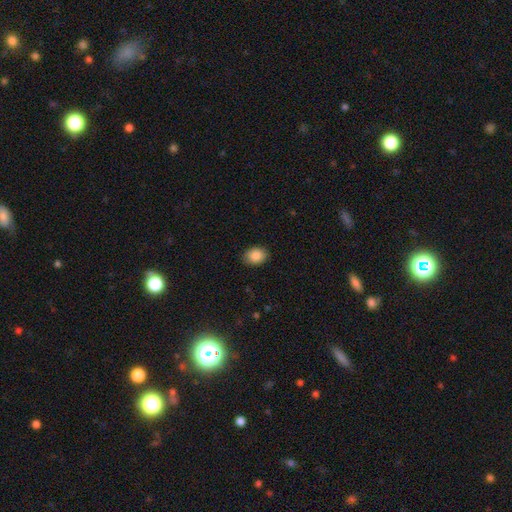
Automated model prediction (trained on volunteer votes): smooth 88%, star or artifact 8%, featured or disk 5%. Down the decision tree: how rounded — in between (61%); merging — none (87%).